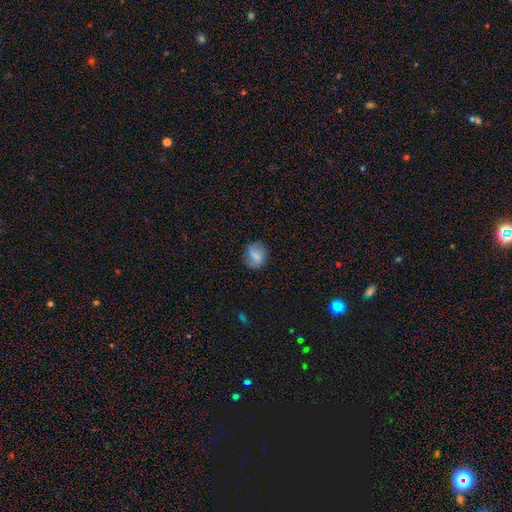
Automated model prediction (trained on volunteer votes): Q: Smooth or featured?
A: smooth (70%); runner-up: featured or disk (21%)
Q: How rounded?
A: round (65%); runner-up: in between (33%)
Q: Merging?
A: none (76%); runner-up: minor disturbance (17%)